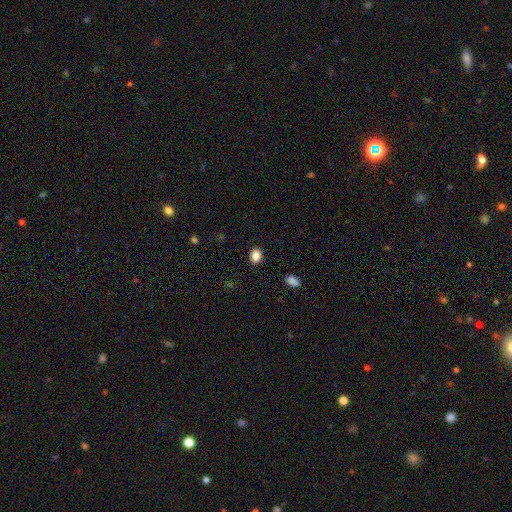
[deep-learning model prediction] smooth 86%, star or artifact 10%, featured or disk 4%. Down the decision tree: how rounded — round (52%); merging — none (89%).